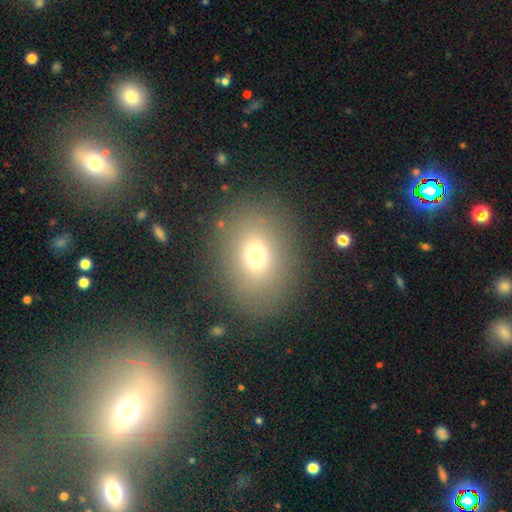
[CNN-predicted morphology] Smooth or featured?
  - smooth: 70% *
  - star or artifact: 15%
  - featured or disk: 15%
How rounded?
  - in between: 55% *
  - round: 44%
  - cigar-shaped: 1%
Merging?
  - none: 83% *
  - minor disturbance: 10%
  - major disturbance: 5%
  - merger: 2%